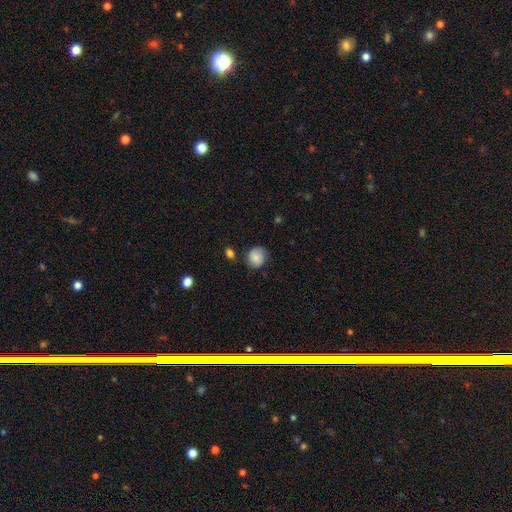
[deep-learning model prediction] This appears to be a smooth galaxy with no disk features (73%) that is round (80%). Merging: none (71%).